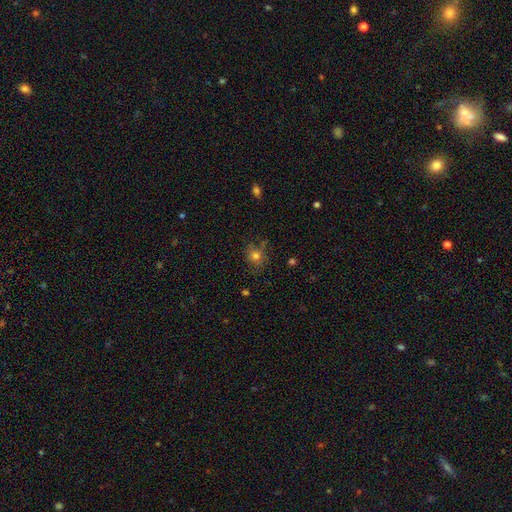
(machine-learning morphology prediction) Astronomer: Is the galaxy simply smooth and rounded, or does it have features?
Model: smooth — 75%.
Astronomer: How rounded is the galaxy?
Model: round — 75%.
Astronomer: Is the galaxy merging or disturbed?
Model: none — 73%.